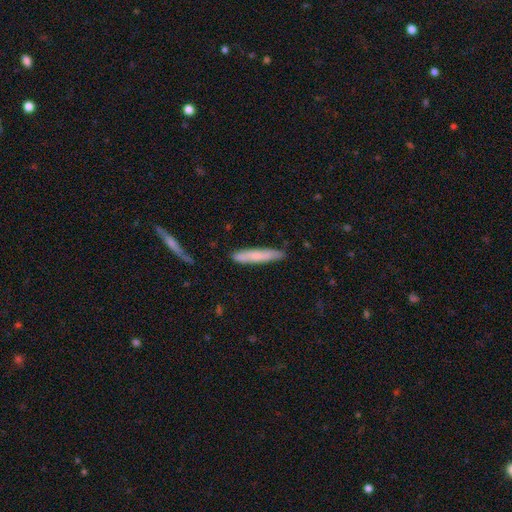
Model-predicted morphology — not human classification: A smooth galaxy with no disk features (69%) that is cigar-shaped (93%). Merging: none (85%).